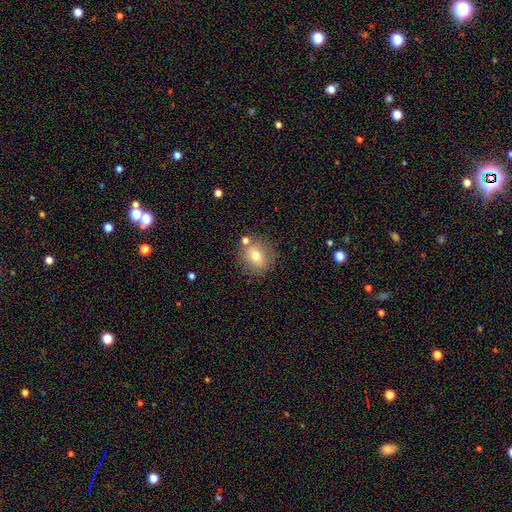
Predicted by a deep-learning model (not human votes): Q: Smooth or featured?
A: smooth (68%); runner-up: featured or disk (20%)
Q: How rounded?
A: round (72%); runner-up: in between (27%)
Q: Merging?
A: none (75%); runner-up: minor disturbance (12%)